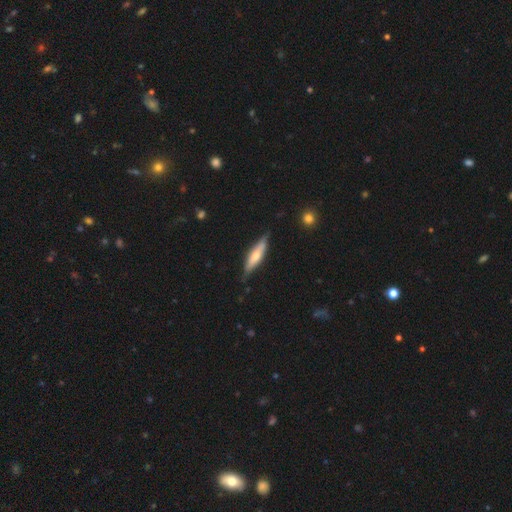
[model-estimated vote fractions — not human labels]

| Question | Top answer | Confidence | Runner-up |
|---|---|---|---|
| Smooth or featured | smooth | 50% | featured or disk (45%) |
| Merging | none | 78% | minor disturbance (17%) |